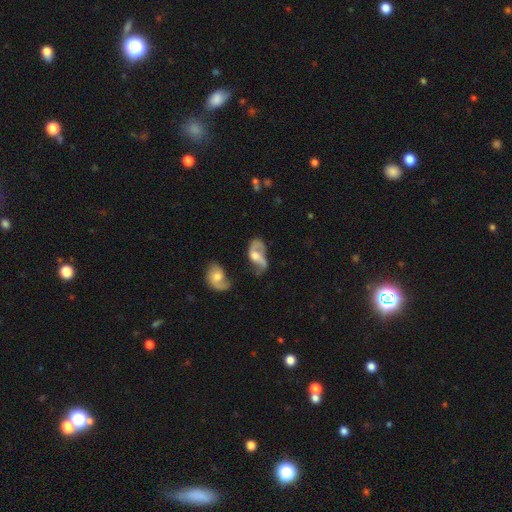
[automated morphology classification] type=featured or disk (71%); edge-on=no (94%); bar=no (55%); spiral arms=yes (78%); winding=loose (64%); arm count=2 (78%); bulge=moderate (59%); merging=none (34%).